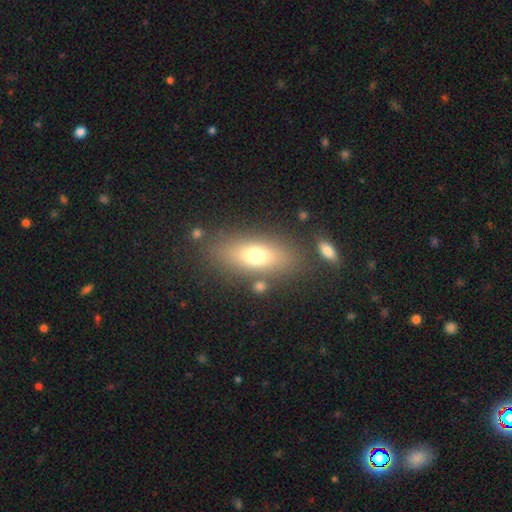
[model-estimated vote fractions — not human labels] Morphology: type=smooth (69%); roundness=in between (74%); merging=none (77%).